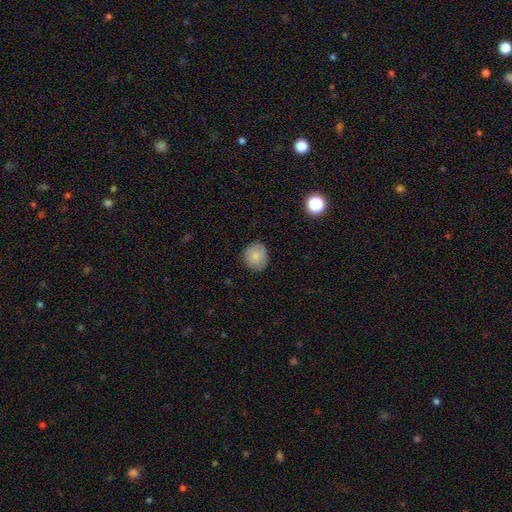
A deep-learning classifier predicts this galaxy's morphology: A smooth galaxy with no disk features (85%) that is round (81%).

Vote fractions:
- Smooth or featured? smooth: 85% / star or artifact: 8% / featured or disk: 7%
- How rounded? round: 81% / in between: 18% / cigar-shaped: 1%
- Merging? none: 86% / minor disturbance: 10% / major disturbance: 2% / merger: 1%